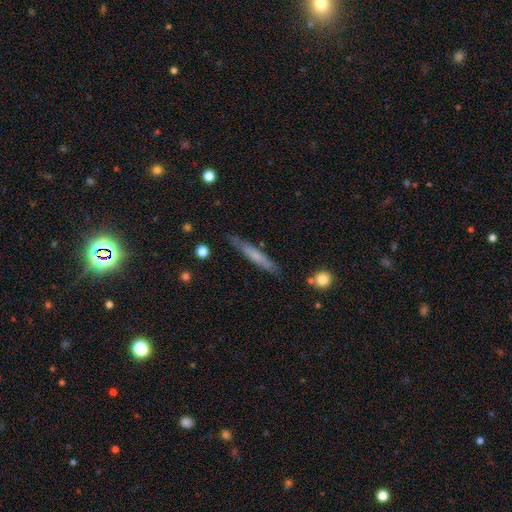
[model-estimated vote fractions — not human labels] Morphology: type=smooth (60%); roundness=cigar-shaped (93%); merging=none (80%).